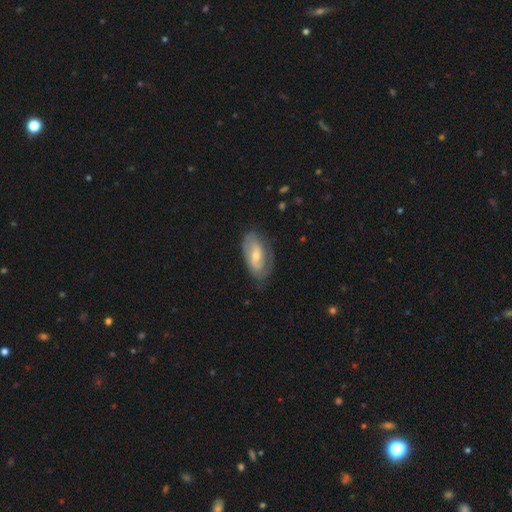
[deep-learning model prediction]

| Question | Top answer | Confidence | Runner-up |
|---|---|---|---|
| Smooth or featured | featured or disk | 62% | smooth (32%) |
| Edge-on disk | no | 93% | yes (7%) |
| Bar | weak | 43% | no (42%) |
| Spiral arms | yes | 81% | no (19%) |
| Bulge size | moderate | 49% | small (43%) |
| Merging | none | 66% | minor disturbance (24%) |